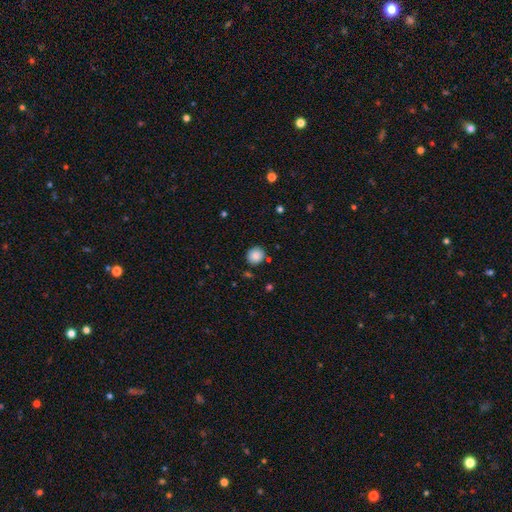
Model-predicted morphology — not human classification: This is clearly a smooth galaxy (85%). How rounded: clearly round (89%). Merging: clearly none (86%).